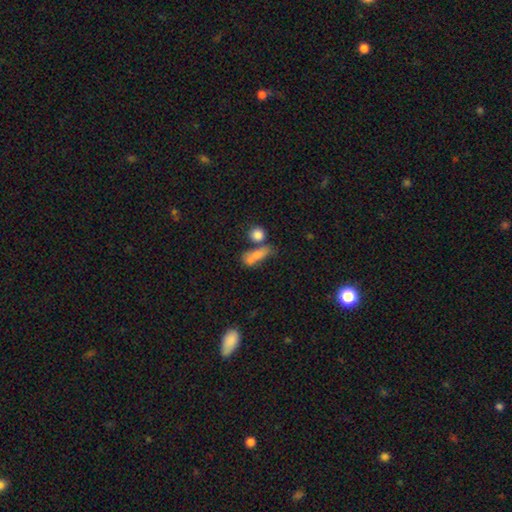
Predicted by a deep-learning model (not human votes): smooth 71%, featured or disk 17%, star or artifact 12%. Down the decision tree: how rounded — in between (58%); merging — merger (40%).